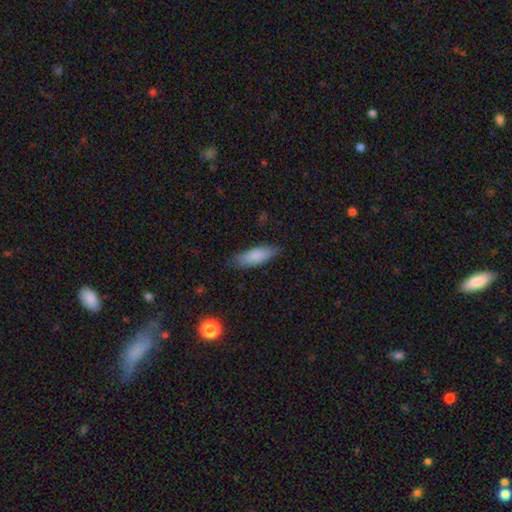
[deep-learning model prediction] smooth_or_featured: smooth (p=0.83) [alt: featured or disk p=0.11]
how_rounded: in between (p=0.58) [alt: cigar-shaped p=0.41]
merging: none (p=0.79) [alt: minor disturbance p=0.17]